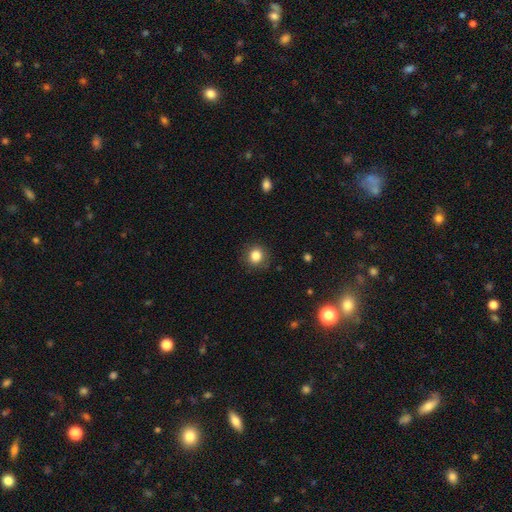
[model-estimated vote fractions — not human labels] Smooth or featured? smooth (84%)
How rounded? round (85%)
Merging? none (86%)